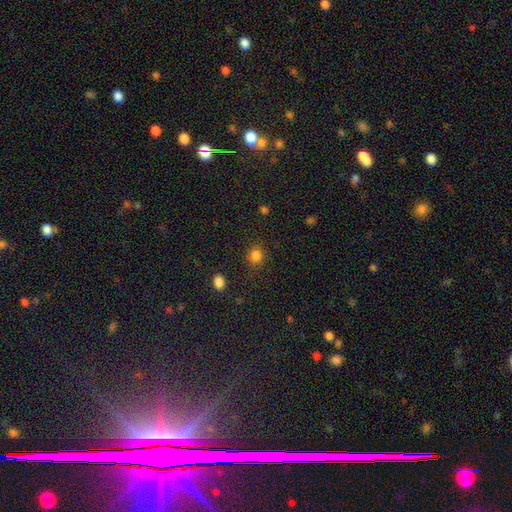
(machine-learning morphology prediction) Smooth or featured? smooth (83%)
How rounded? round (74%)
Merging? none (85%)